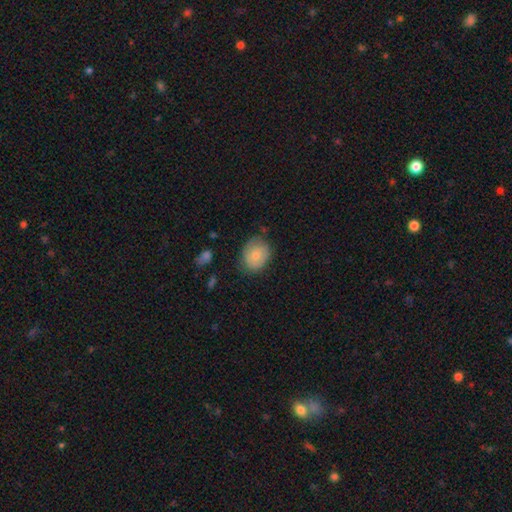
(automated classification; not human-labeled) Q: Smooth or featured?
A: smooth (77%); runner-up: featured or disk (16%)
Q: How rounded?
A: in between (54%); runner-up: round (45%)
Q: Merging?
A: none (71%); runner-up: minor disturbance (22%)